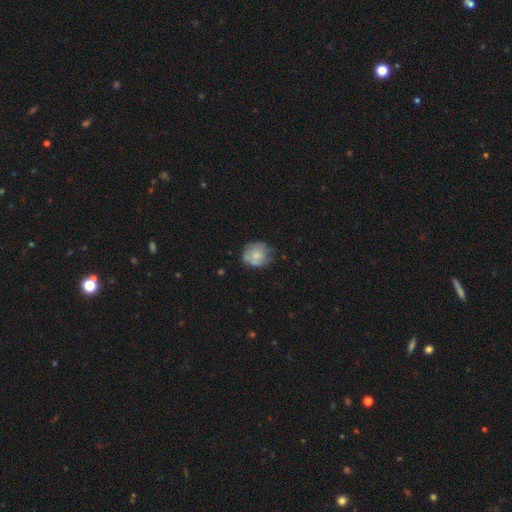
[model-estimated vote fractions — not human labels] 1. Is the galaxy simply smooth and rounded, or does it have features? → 57% smooth, 35% featured or disk, 8% star or artifact.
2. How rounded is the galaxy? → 77% round, 22% in between, 1% cigar-shaped.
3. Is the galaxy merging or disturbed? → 58% none, 28% minor disturbance, 10% major disturbance, 3% merger.